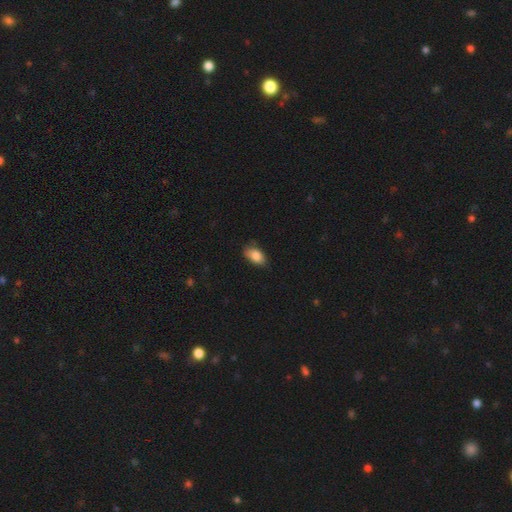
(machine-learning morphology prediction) Q: Smooth or featured?
A: smooth (85%); runner-up: featured or disk (8%)
Q: How rounded?
A: in between (92%); runner-up: round (5%)
Q: Merging?
A: none (78%); runner-up: minor disturbance (18%)